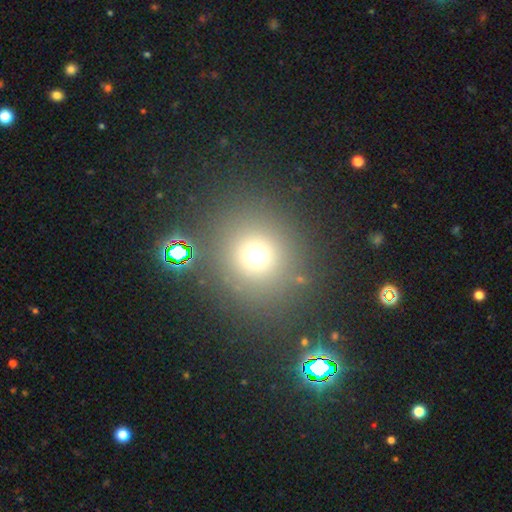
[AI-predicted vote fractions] Smooth or featured?
  - smooth: 68% *
  - star or artifact: 23%
  - featured or disk: 9%
How rounded?
  - round: 91% *
  - in between: 8%
  - cigar-shaped: 1%
Merging?
  - none: 81% *
  - minor disturbance: 8%
  - merger: 6%
  - major disturbance: 5%